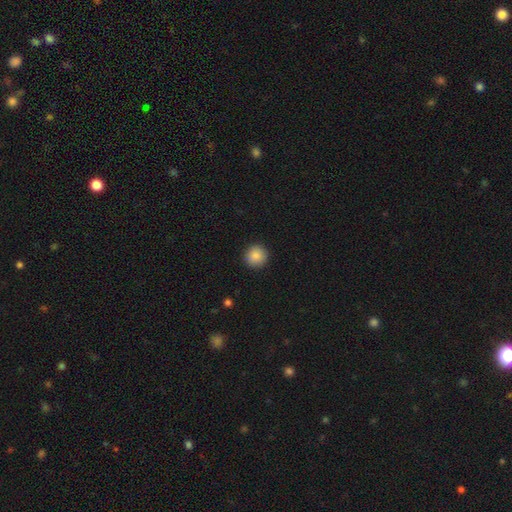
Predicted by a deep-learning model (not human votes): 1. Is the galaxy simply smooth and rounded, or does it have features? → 87% smooth, 9% star or artifact, 4% featured or disk.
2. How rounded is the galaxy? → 95% round, 4% in between, 1% cigar-shaped.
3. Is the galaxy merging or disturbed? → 92% none, 5% minor disturbance, 2% major disturbance, 1% merger.